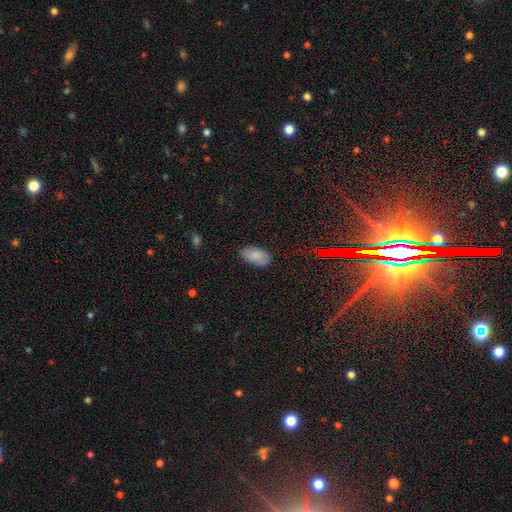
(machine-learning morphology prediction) This is clearly a smooth galaxy (84%). How rounded: clearly in between (94%). Merging: clearly none (81%).